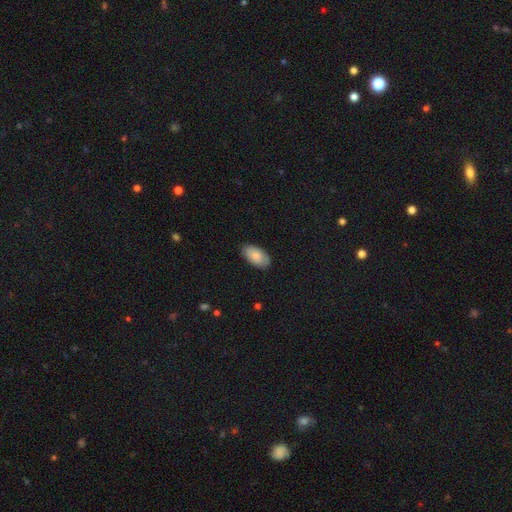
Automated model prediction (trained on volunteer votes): Smooth or featured? Predicted: smooth (p=0.86). How rounded? Predicted: in between (p=0.95). Merging? Predicted: none (p=0.84).